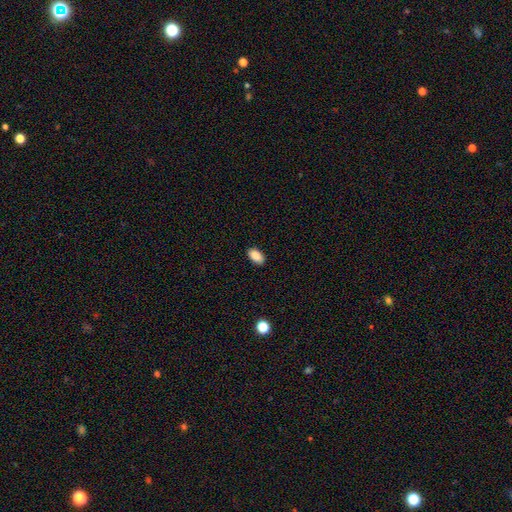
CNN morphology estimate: This appears to be a smooth galaxy with no disk features (89%) that is in between round and cigar-shaped (93%). Merging: none (89%).